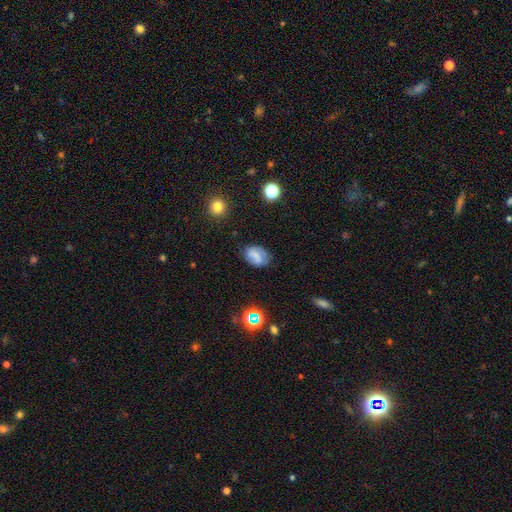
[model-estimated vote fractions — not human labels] Morphology: type=smooth (55%); roundness=in between (77%); merging=none (71%).